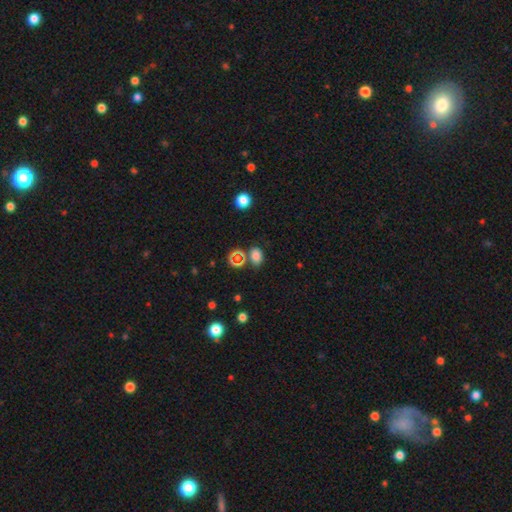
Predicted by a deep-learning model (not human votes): Overall: smooth (73%). How rounded: in between (66%; round 33%). Merging: none (75%).